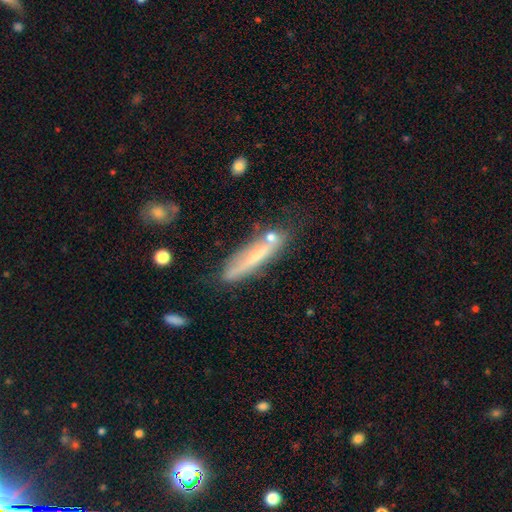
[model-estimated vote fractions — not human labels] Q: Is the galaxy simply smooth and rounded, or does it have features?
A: smooth — 48%.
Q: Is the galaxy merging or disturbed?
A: none — 62%.